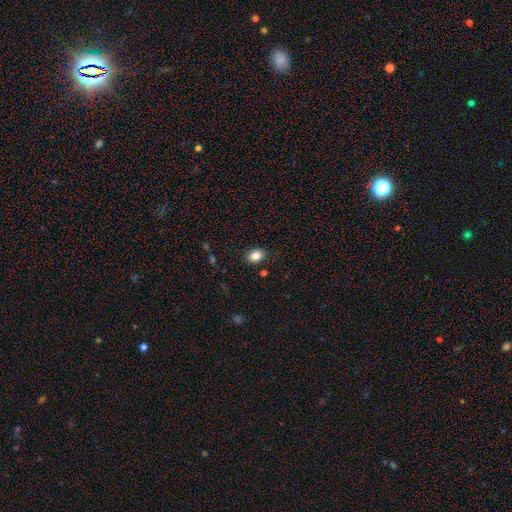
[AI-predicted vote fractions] Smooth or featured?
  - smooth: 84% *
  - star or artifact: 9%
  - featured or disk: 7%
How rounded?
  - in between: 76% *
  - round: 23%
  - cigar-shaped: 1%
Merging?
  - none: 86% *
  - minor disturbance: 10%
  - major disturbance: 2%
  - merger: 1%